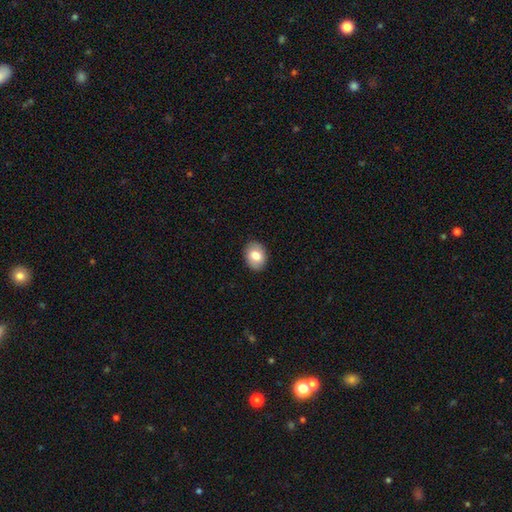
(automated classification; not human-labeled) Q: Smooth or featured?
A: smooth (80%); runner-up: featured or disk (13%)
Q: How rounded?
A: in between (70%); runner-up: round (29%)
Q: Merging?
A: none (89%); runner-up: minor disturbance (9%)